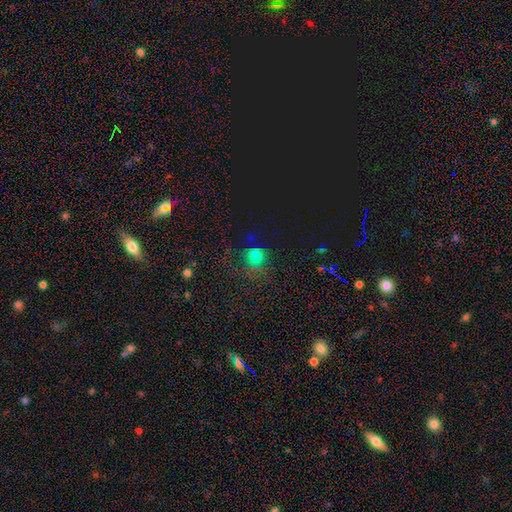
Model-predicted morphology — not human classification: Q: Smooth or featured?
A: smooth (66%); runner-up: star or artifact (26%)
Q: How rounded?
A: round (83%); runner-up: in between (16%)
Q: Merging?
A: none (61%); runner-up: minor disturbance (19%)